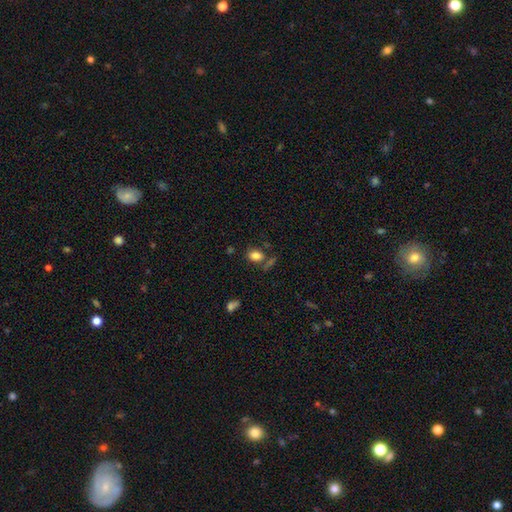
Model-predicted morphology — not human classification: Smooth or featured? smooth (82%)
How rounded? in between (77%)
Merging? none (68%)